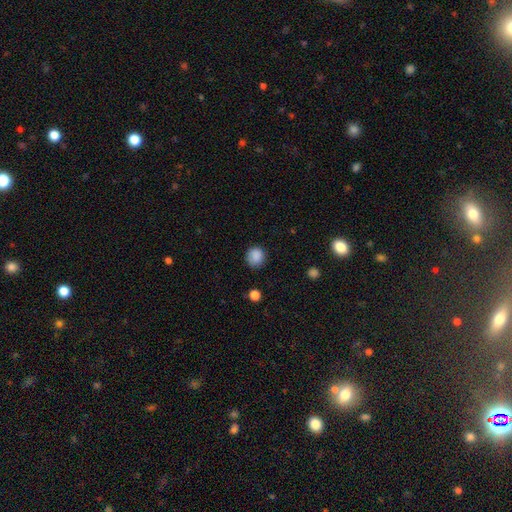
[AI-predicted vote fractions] Q: Smooth or featured?
A: smooth (87%); runner-up: star or artifact (9%)
Q: How rounded?
A: round (88%); runner-up: in between (11%)
Q: Merging?
A: none (84%); runner-up: minor disturbance (12%)